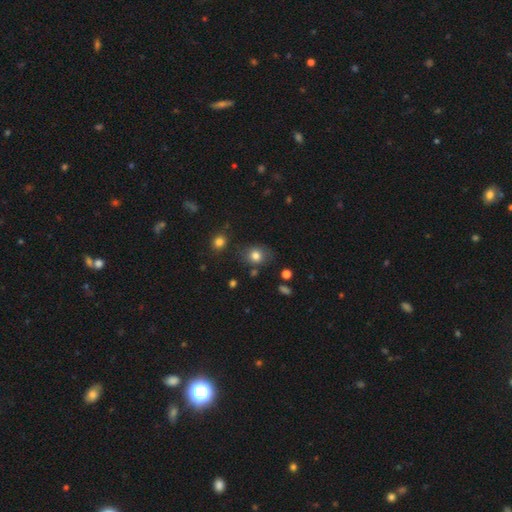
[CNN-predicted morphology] type=smooth (80%); roundness=round (63%); merging=none (73%).